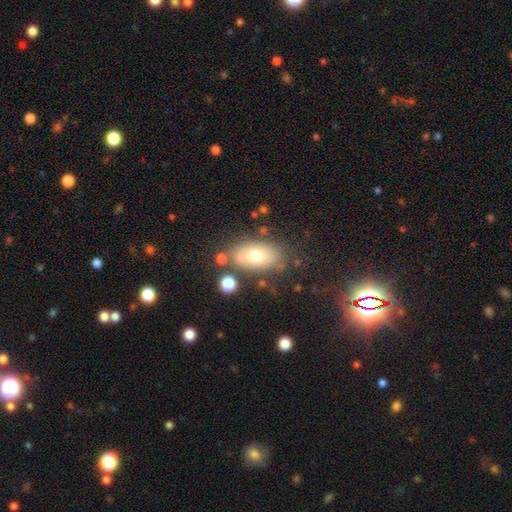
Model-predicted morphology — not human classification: smooth-or-featured: smooth: 66% | featured or disk: 24% | star or artifact: 10%
  how-rounded: in between: 89% | round: 8% | cigar-shaped: 3%
  merging: none: 73% | minor disturbance: 15% | merger: 7% | major disturbance: 5%